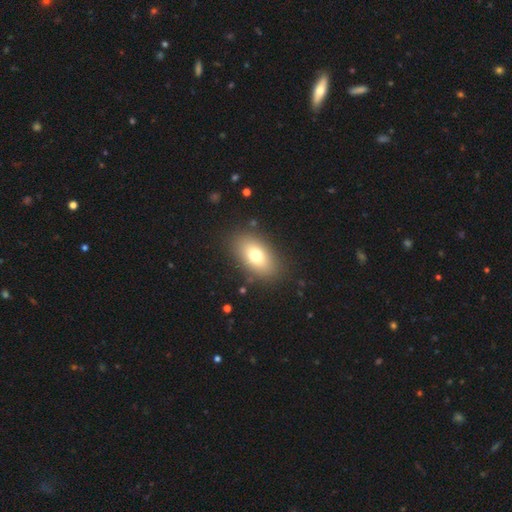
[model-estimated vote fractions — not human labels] The model was most divided on "smooth or featured": smooth: 74%, featured or disk: 16%, star or artifact: 9%. More confident: how rounded — in between (89%); merging — none (86%).